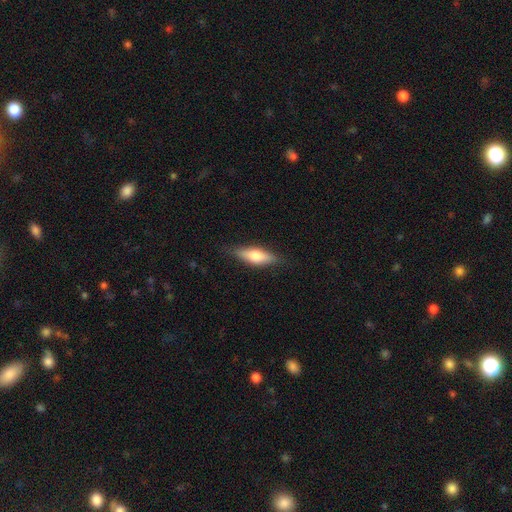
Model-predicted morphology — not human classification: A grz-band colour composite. It shows a smooth galaxy with no disk features (62%) that is in between round and cigar-shaped (54%). Merging: none (84%).